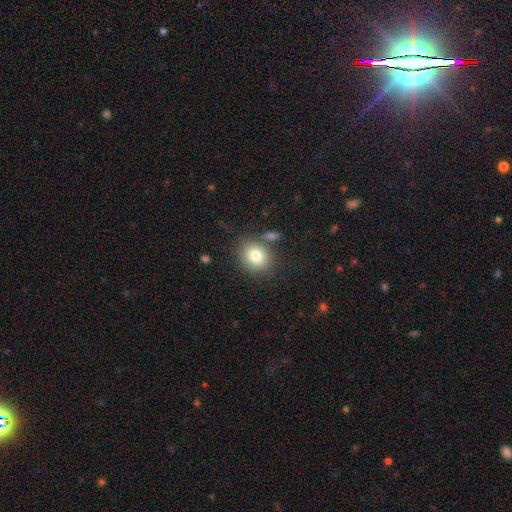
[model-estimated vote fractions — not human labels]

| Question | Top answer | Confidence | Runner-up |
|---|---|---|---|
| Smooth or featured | smooth | 79% | featured or disk (10%) |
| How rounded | round | 67% | in between (32%) |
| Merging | none | 75% | minor disturbance (11%) |